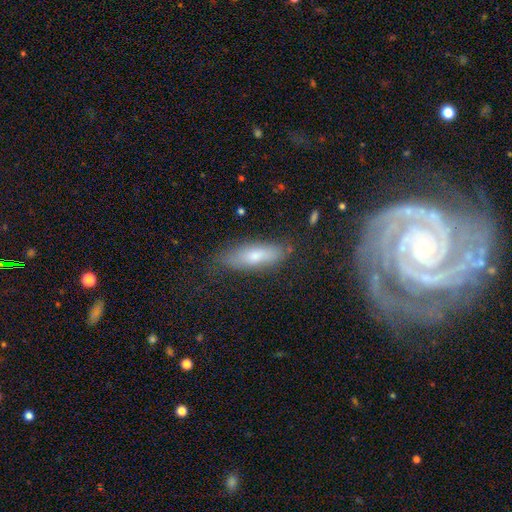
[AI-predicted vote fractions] Smooth or featured: smooth — 69% (featured or disk — 22%)
How rounded: in between — 57% (cigar-shaped — 40%)
Merging: none — 74% (minor disturbance — 18%)